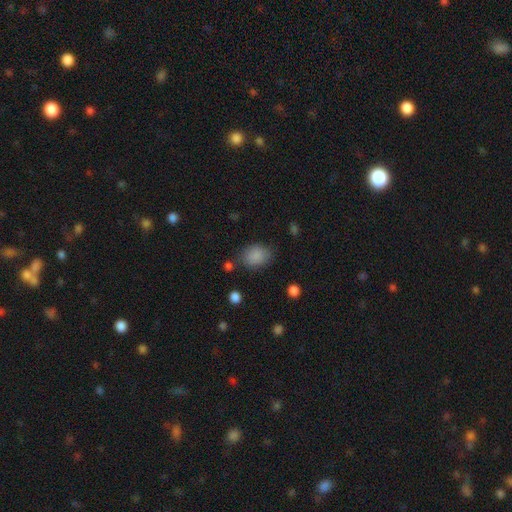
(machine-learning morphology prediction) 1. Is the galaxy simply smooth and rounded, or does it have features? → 86% smooth, 10% star or artifact, 5% featured or disk.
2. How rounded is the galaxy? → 62% in between, 37% round, 1% cigar-shaped.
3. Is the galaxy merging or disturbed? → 75% none, 17% minor disturbance, 5% major disturbance, 3% merger.